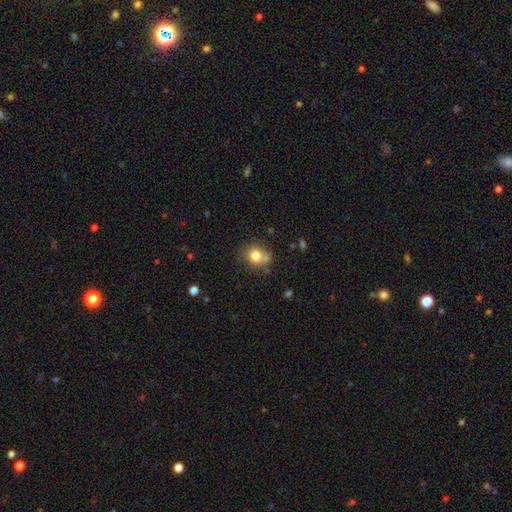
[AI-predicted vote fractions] The model was most divided on "merging": none: 63%, minor disturbance: 19%, merger: 13%, major disturbance: 6%. More confident: smooth or featured — smooth (77%); how rounded — round (75%).